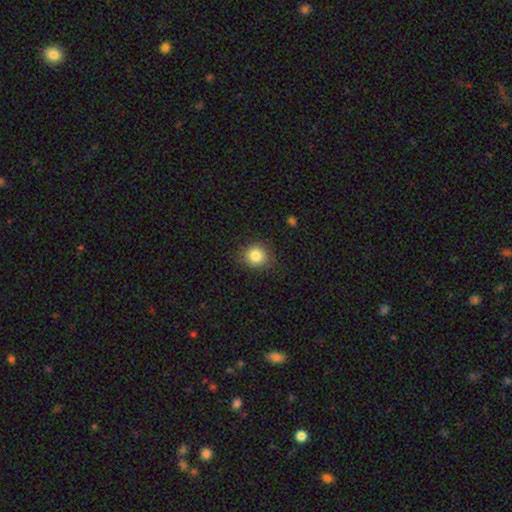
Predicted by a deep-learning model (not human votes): smooth_or_featured: smooth (p=0.83) [alt: star or artifact p=0.11]
how_rounded: round (p=0.84) [alt: in between p=0.15]
merging: none (p=0.84) [alt: minor disturbance p=0.12]